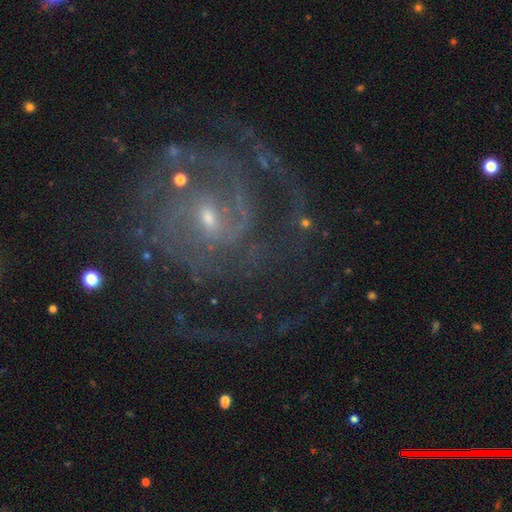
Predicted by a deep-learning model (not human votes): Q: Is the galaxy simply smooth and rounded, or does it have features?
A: featured or disk — 87%.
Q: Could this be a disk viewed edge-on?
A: no — 98%.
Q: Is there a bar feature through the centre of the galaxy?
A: weak — 48%.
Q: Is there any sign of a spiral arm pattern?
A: yes — 95%.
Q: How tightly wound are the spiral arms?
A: tight — 49%.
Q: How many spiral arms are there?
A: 2 — 38%.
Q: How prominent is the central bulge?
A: small — 71%.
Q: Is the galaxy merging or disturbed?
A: none — 64%.